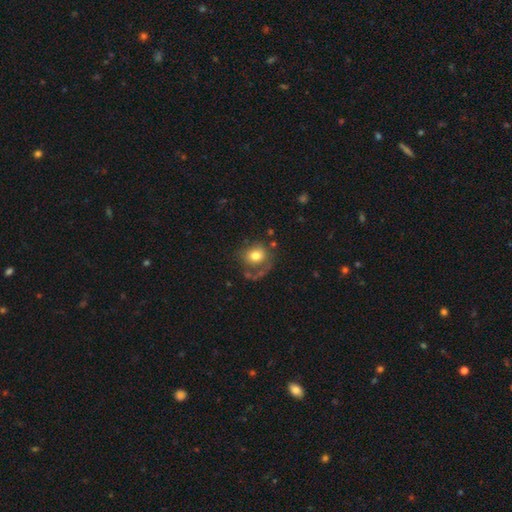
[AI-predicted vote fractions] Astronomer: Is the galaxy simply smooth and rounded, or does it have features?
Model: smooth — 68%.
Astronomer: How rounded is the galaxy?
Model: round — 74%.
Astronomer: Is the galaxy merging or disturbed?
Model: none — 49%.